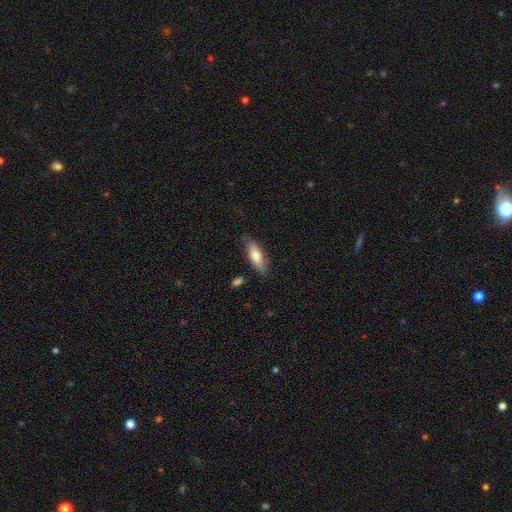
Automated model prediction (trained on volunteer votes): smooth 71%, featured or disk 23%, star or artifact 6%. Down the decision tree: how rounded — in between (59%); merging — none (74%).